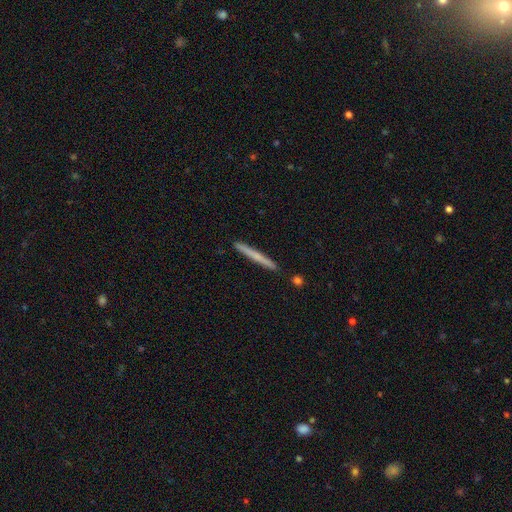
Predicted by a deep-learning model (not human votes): smooth 53%, featured or disk 41%, star or artifact 6%. Down the decision tree: how rounded — cigar-shaped (97%); merging — none (92%).